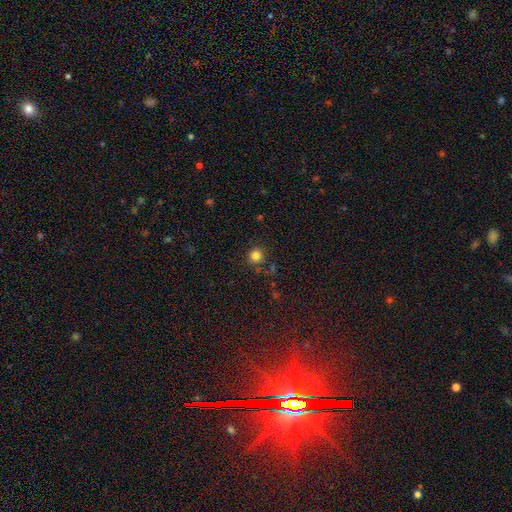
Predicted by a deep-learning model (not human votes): This is clearly a smooth galaxy (82%). How rounded: clearly round (93%). Merging: clearly none (85%).